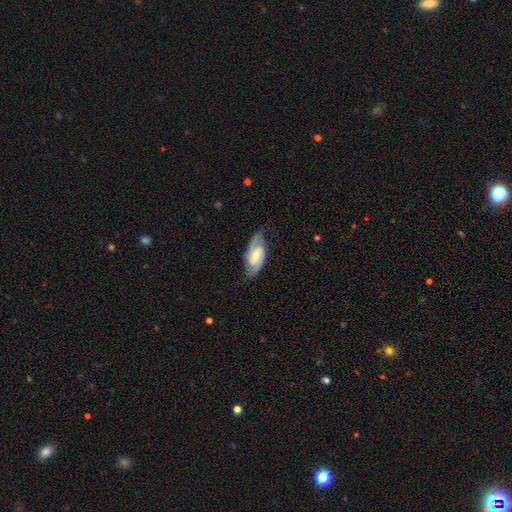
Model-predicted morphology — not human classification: The model was most divided on "bulge size": moderate: 49%, small: 39%, none: 5%, large: 5%, dominant: 1%. Remaining: spiral arms — yes (96%); edge-on disk — no (94%); spiral arm count — 2 (89%); smooth or featured — featured or disk (81%); merging — none (73%); spiral winding — medium (48%); bar — weak (48%).